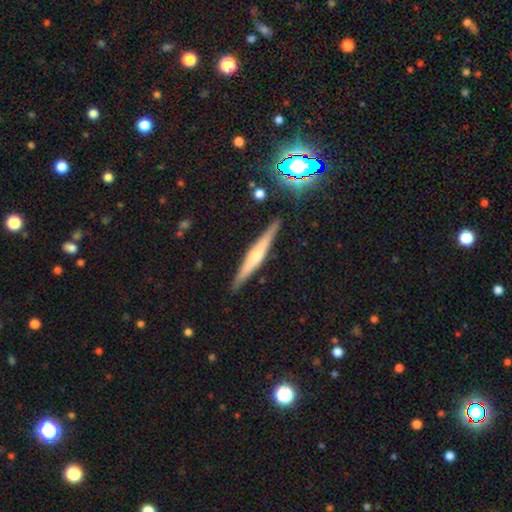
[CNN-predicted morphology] This appears to be a featured or disk galaxy (61%) viewed edge-on (97%) with a rounded central bulge (69%). Merging: none (90%).